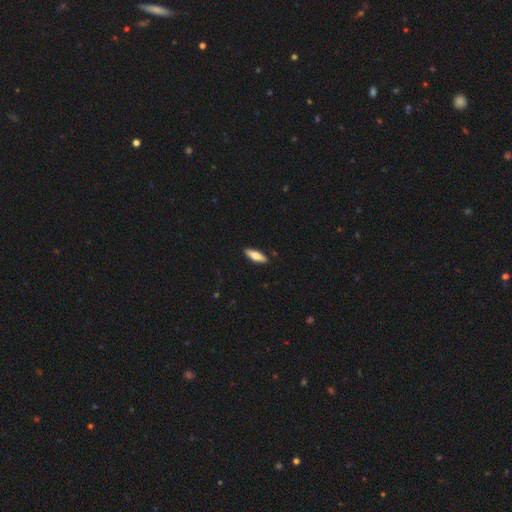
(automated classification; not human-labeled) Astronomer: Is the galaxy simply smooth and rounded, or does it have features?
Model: smooth — 70%.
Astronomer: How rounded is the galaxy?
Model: in between — 50% (runner-up: cigar-shaped, 48%).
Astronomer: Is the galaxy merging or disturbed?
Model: none — 89%.